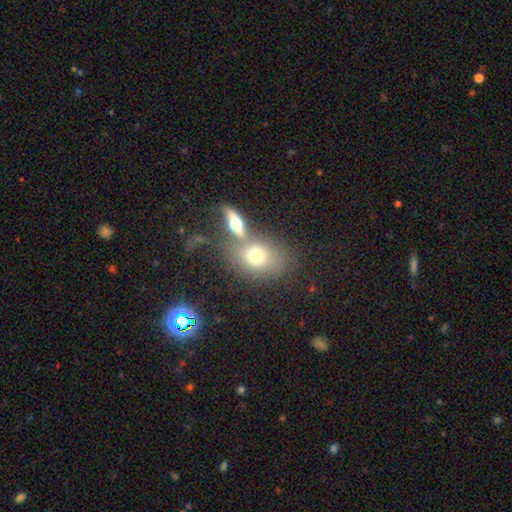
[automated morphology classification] Smooth or featured? smooth (66%)
How rounded? in between (68%)
Merging? none (42%)